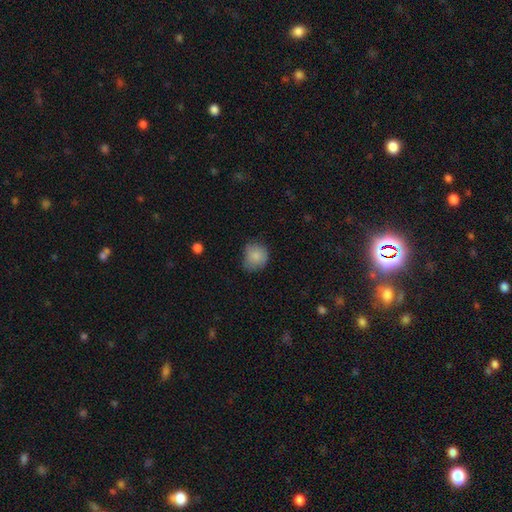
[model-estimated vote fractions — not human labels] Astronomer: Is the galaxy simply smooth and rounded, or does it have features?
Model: smooth — 84%.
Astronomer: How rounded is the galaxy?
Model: round — 80%.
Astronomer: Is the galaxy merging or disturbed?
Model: none — 62%.